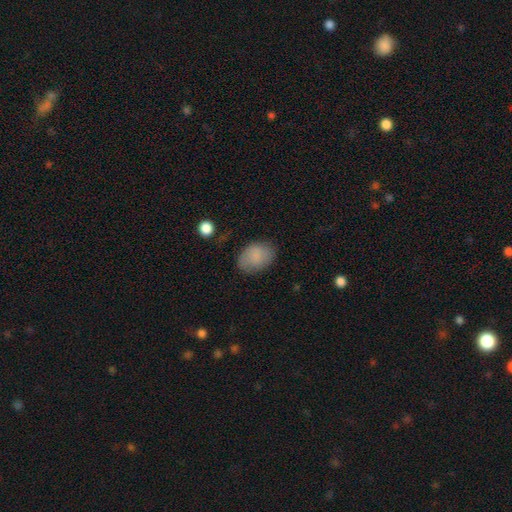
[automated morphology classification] Overall: smooth (81%). How rounded: in between (77%). Merging: none (75%).